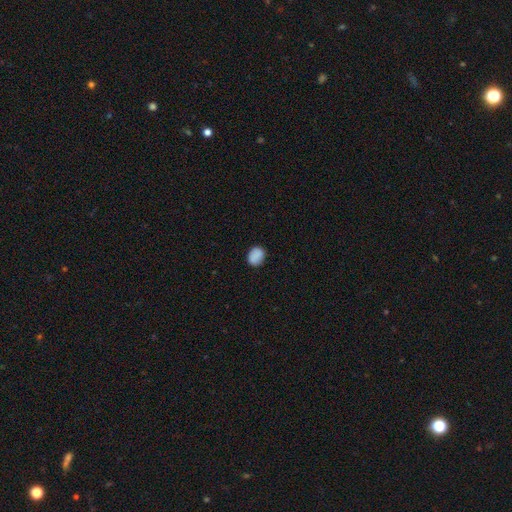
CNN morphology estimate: This appears to be a smooth galaxy with no disk features (88%) that is in between round and cigar-shaped (54%). Merging: none (85%).